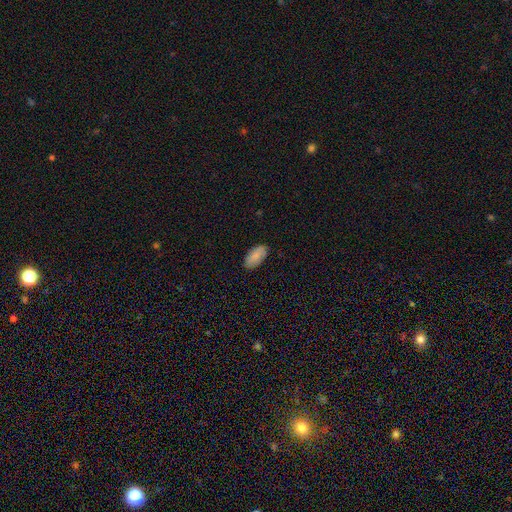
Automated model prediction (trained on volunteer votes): Q: Smooth or featured?
A: smooth (86%); runner-up: featured or disk (7%)
Q: How rounded?
A: in between (93%); runner-up: cigar-shaped (5%)
Q: Merging?
A: none (83%); runner-up: minor disturbance (14%)